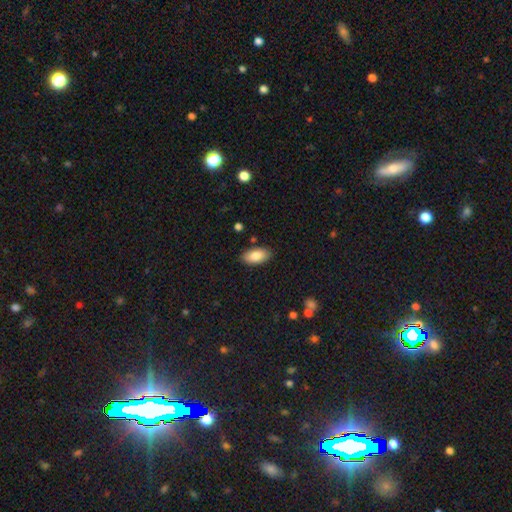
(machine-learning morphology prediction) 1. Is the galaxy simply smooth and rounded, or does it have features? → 83% smooth, 10% featured or disk, 7% star or artifact.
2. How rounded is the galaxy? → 93% in between, 5% cigar-shaped, 3% round.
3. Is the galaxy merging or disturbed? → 87% none, 9% minor disturbance, 2% major disturbance, 1% merger.